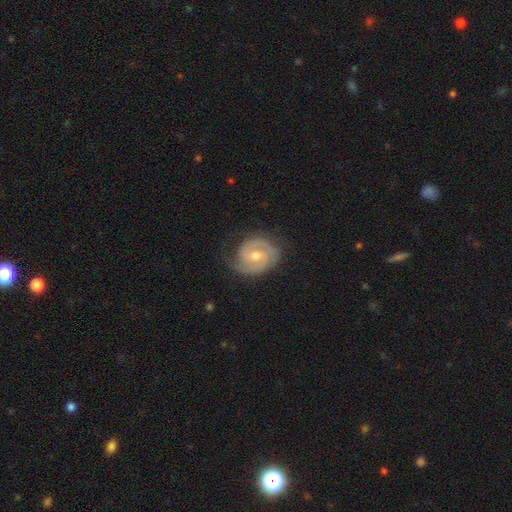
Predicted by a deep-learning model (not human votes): This is clearly a featured or disk galaxy (83%). It is clearly not viewed edge-on (98%). Bar: possibly no (50%). Spiral arm pattern: clearly yes (95%). Spiral arm count: likely 2 (77%). Spiral winding: likely tight (61%). Central bulge: likely moderate (63%). Merging: likely none (75%).